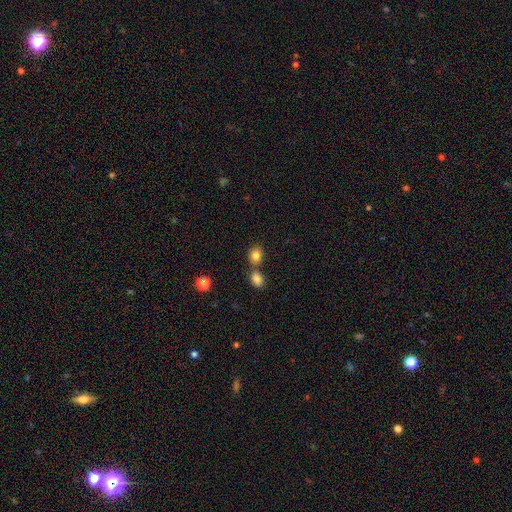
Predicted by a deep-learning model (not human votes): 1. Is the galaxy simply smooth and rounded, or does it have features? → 83% smooth, 11% star or artifact, 6% featured or disk.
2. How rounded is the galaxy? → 55% round, 44% in between, 1% cigar-shaped.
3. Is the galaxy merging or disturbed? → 59% none, 28% merger, 10% minor disturbance, 3% major disturbance.